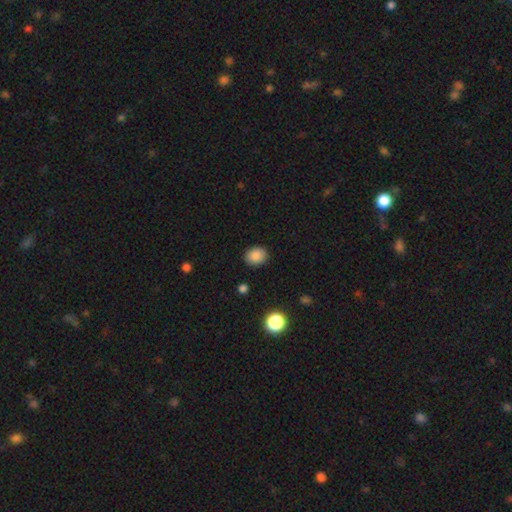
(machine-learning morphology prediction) Smooth or featured: smooth — 87% (star or artifact — 10%)
How rounded: round — 51% (in between — 48%)
Merging: none — 88% (minor disturbance — 9%)